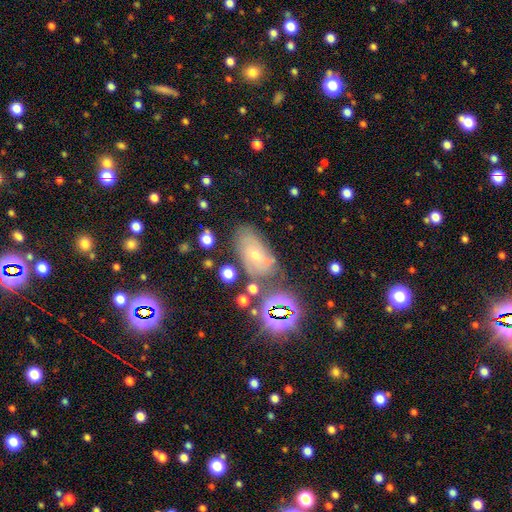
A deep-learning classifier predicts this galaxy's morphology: Smooth or featured: smooth — 42% (featured or disk — 36%)
Merging: none — 59% (minor disturbance — 21%)